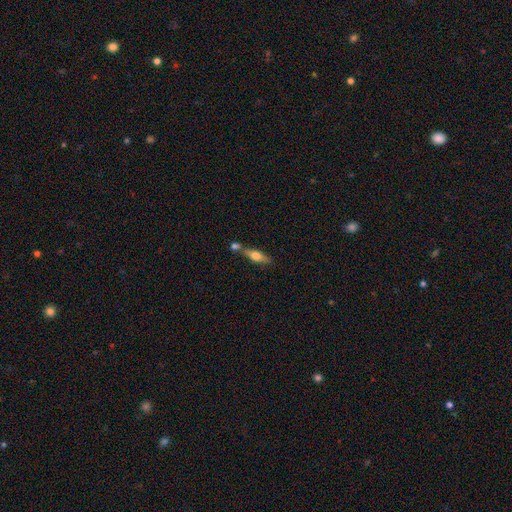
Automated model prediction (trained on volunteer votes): Smooth or featured?
  - featured or disk: 48% *
  - smooth: 45%
  - star or artifact: 7%
Merging?
  - none: 56% *
  - merger: 28%
  - minor disturbance: 12%
  - major disturbance: 4%